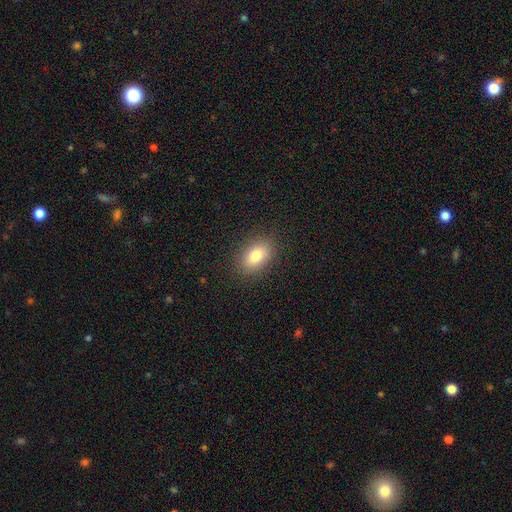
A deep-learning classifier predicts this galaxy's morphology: This is clearly a smooth galaxy (81%). How rounded: clearly in between (83%). Merging: clearly none (87%).